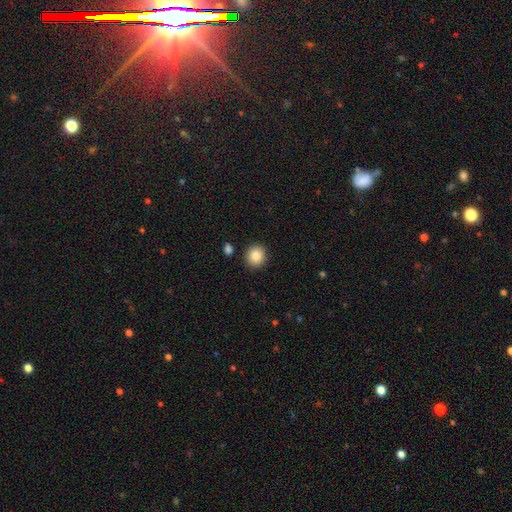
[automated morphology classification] The model was most divided on "how rounded": round: 87%, in between: 12%, cigar-shaped: 1%. More confident: merging — none (90%); smooth or featured — smooth (86%).